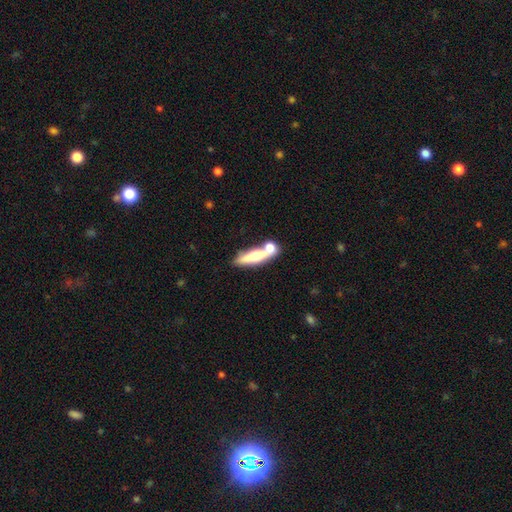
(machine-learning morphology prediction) This appears to be a smooth galaxy with no disk features (53%) that is cigar-shaped (66%). Merging: none (47%).